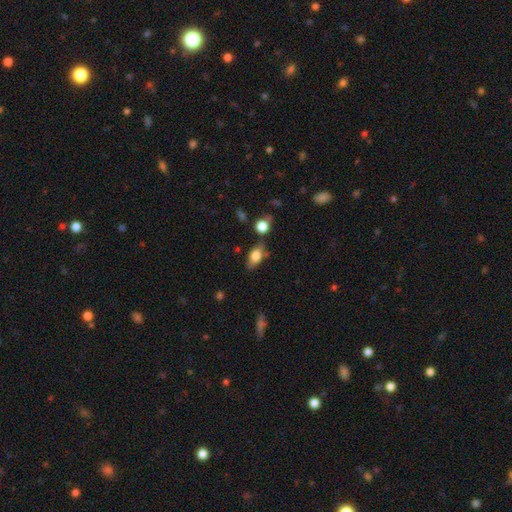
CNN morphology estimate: smooth 77%, featured or disk 15%, star or artifact 8%. Down the decision tree: how rounded — in between (87%); merging — none (70%).